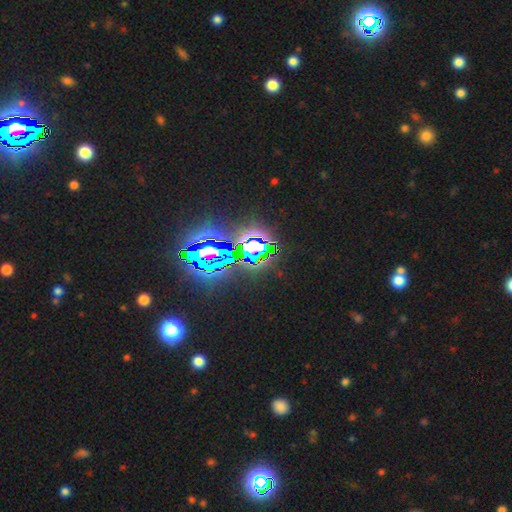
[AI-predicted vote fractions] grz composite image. It shows a star or artifact, not a galaxy (83%).